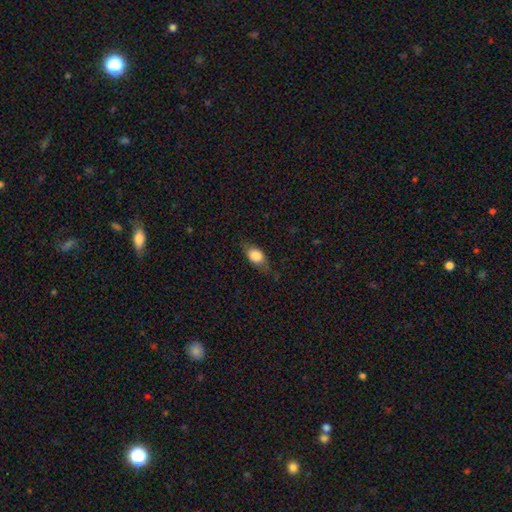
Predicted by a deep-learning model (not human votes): smooth 75%, featured or disk 18%, star or artifact 8%. Down the decision tree: how rounded — in between (79%); merging — none (72%).